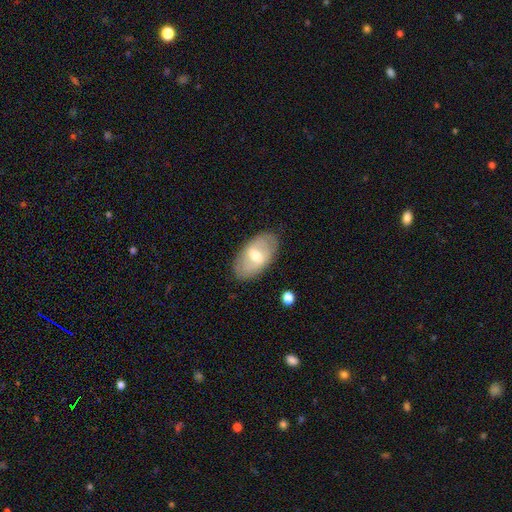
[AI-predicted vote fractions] Smooth or featured?
  - featured or disk: 49% *
  - smooth: 44%
  - star or artifact: 6%
Merging?
  - none: 83% *
  - minor disturbance: 12%
  - major disturbance: 4%
  - merger: 1%